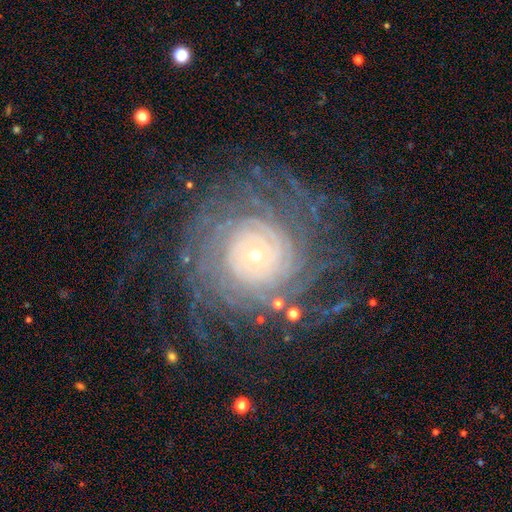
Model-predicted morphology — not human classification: Smooth or featured: featured or disk — 86% (star or artifact — 8%)
Edge-on disk: no — 97% (yes — 3%)
Bar: no — 81% (weak — 13%)
Spiral arms: yes — 97% (no — 3%)
Spiral winding: tight — 85% (medium — 11%)
Spiral arm count: more than 4 — 31% (can't tell — 26%)
Bulge size: small — 81% (moderate — 14%)
Merging: none — 76% (minor disturbance — 13%)